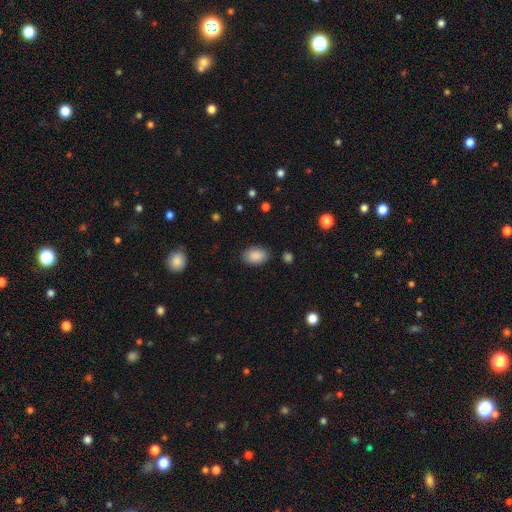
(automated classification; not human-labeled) The model was most divided on "merging": none: 84%, minor disturbance: 11%, major disturbance: 3%, merger: 2%. More confident: smooth or featured — smooth (89%); how rounded — in between (89%).